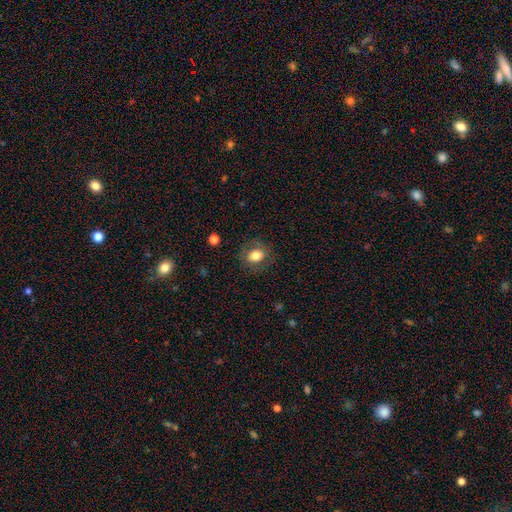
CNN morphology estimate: smooth_or_featured: smooth (p=0.76) [alt: featured or disk p=0.15]
how_rounded: in between (p=0.56) [alt: round p=0.43]
merging: none (p=0.81) [alt: minor disturbance p=0.12]